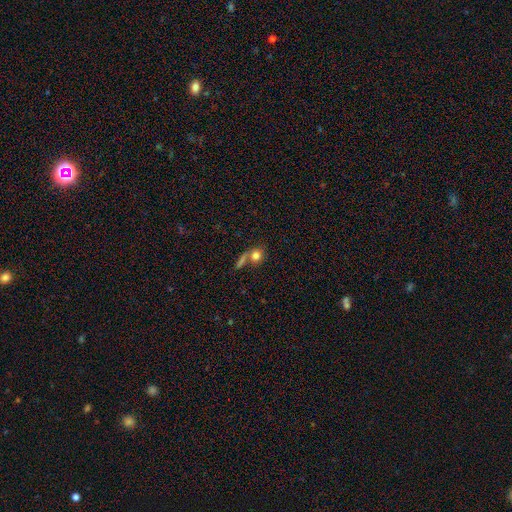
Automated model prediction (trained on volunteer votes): A smooth galaxy with no disk features (78%) that is round (79%). Merging: none (51%).